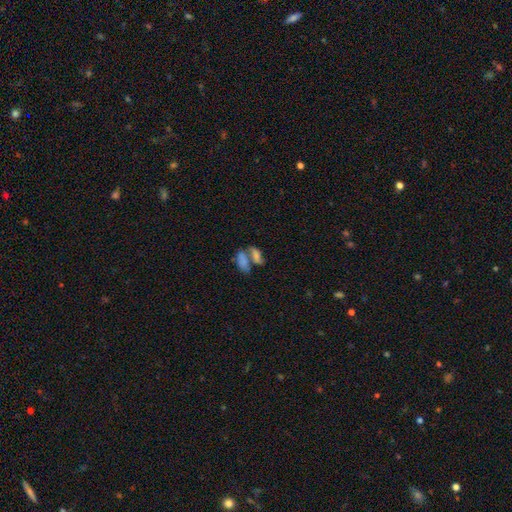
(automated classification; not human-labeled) This appears to be a smooth galaxy with no disk features (63%) that is in between round and cigar-shaped (85%). Merging: merger (64%).